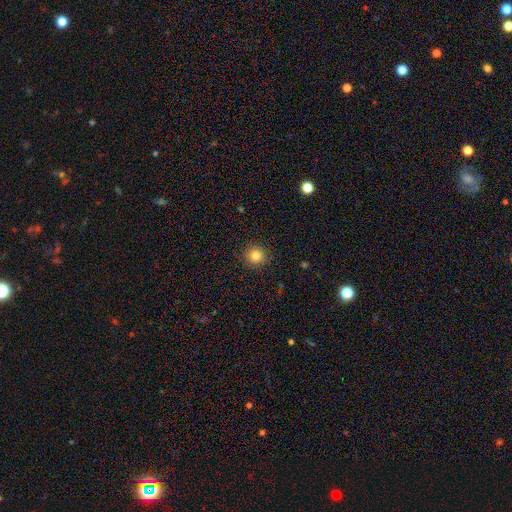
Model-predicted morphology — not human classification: A smooth galaxy with no disk features (82%) that is round (91%). Merging: none (90%).